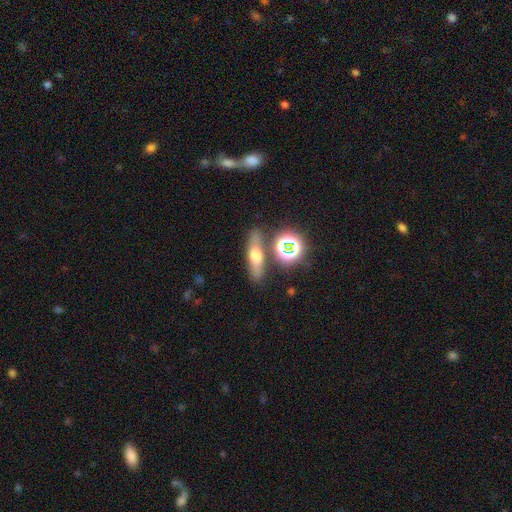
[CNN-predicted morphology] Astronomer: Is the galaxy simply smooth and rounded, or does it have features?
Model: smooth — 47% (runner-up: featured or disk, 35%).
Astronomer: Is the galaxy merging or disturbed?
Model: none — 78%.